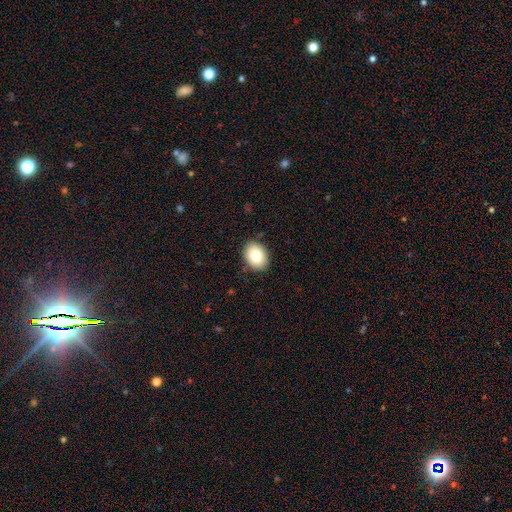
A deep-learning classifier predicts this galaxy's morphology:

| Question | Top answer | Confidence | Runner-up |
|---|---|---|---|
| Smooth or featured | smooth | 83% | featured or disk (9%) |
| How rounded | in between | 65% | round (34%) |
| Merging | none | 87% | minor disturbance (10%) |